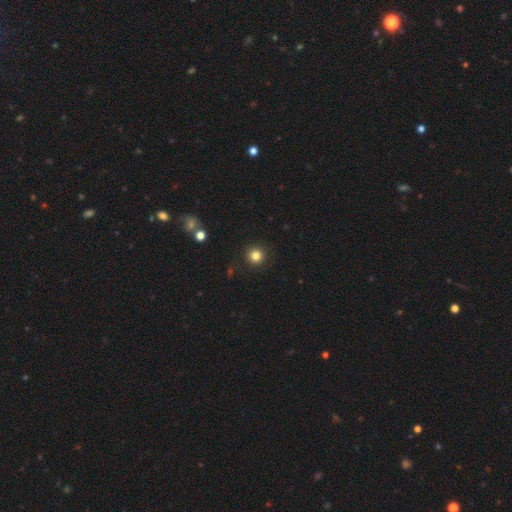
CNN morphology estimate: Overall: smooth (82%). How rounded: round (95%). Merging: none (91%).